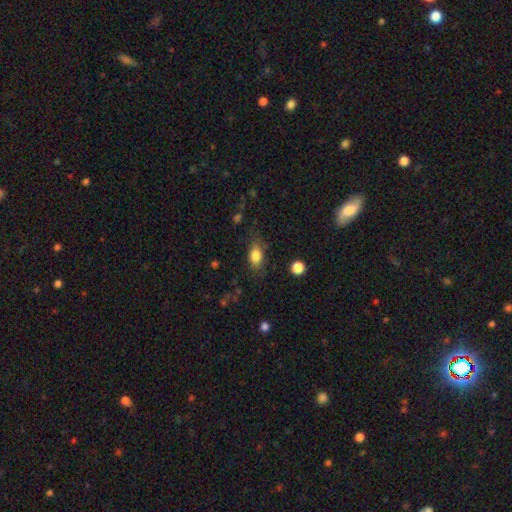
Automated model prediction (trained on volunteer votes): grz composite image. It shows a smooth galaxy with no disk features (82%) that is in between round and cigar-shaped (84%). Merging: none (75%).